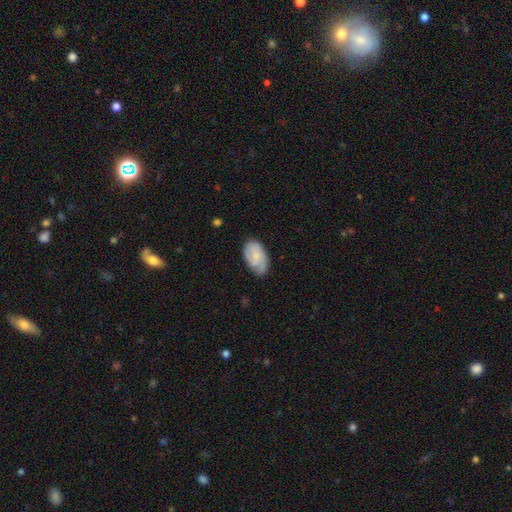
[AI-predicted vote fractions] Overall: smooth (49%; featured or disk 44%). Merging: none (65%; minor disturbance 27%).